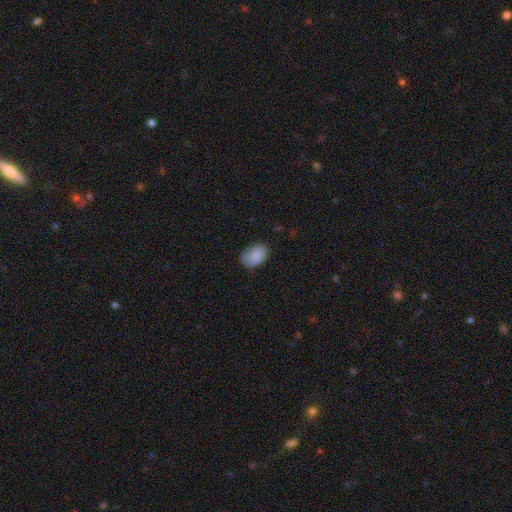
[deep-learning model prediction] Overall: smooth (86%). How rounded: in between (85%). Merging: none (74%).